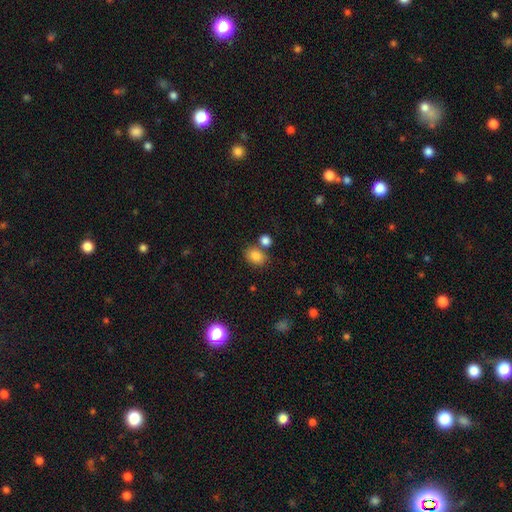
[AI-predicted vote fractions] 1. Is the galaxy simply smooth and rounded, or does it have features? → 84% smooth, 9% star or artifact, 6% featured or disk.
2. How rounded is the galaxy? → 67% in between, 32% round, 1% cigar-shaped.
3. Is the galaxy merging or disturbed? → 61% none, 22% merger, 13% minor disturbance, 4% major disturbance.